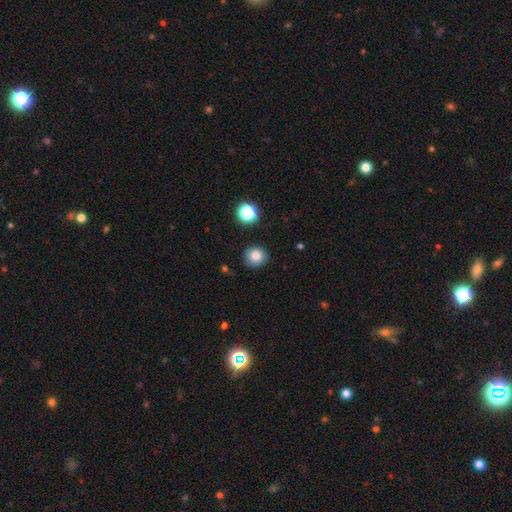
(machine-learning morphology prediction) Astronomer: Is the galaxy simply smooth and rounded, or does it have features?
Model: smooth — 81%.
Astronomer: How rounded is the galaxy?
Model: round — 89%.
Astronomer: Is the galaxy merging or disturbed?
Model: none — 83%.